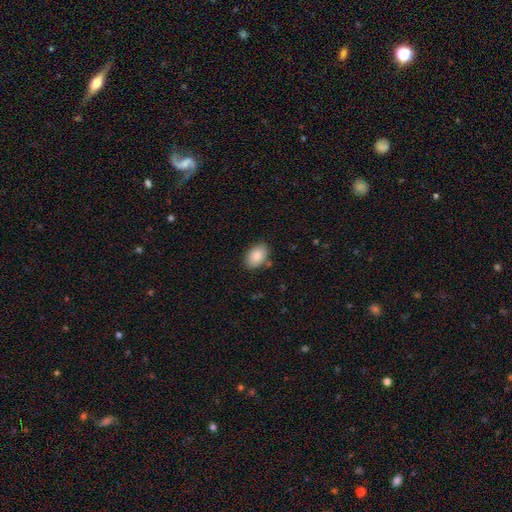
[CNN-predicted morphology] smooth 84%, featured or disk 10%, star or artifact 7%. Down the decision tree: how rounded — in between (87%); merging — none (84%).